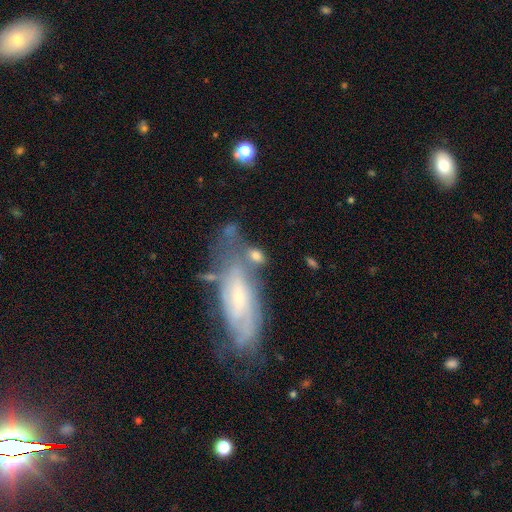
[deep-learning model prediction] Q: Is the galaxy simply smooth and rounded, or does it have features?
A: smooth — 56%.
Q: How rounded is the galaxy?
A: in between — 76%.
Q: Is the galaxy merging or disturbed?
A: none — 42%.